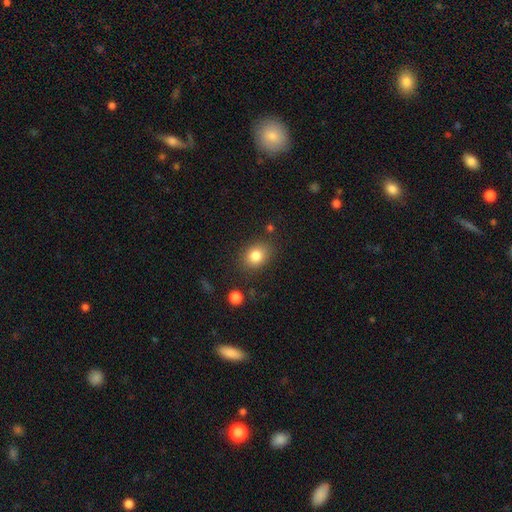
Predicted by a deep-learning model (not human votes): A smooth galaxy with no disk features (82%) that is in between round and cigar-shaped (53%).

Vote fractions:
- Smooth or featured? smooth: 82% / star or artifact: 10% / featured or disk: 8%
- How rounded? in between: 53% / round: 46% / cigar-shaped: 1%
- Merging? none: 83% / minor disturbance: 11% / major disturbance: 3% / merger: 3%